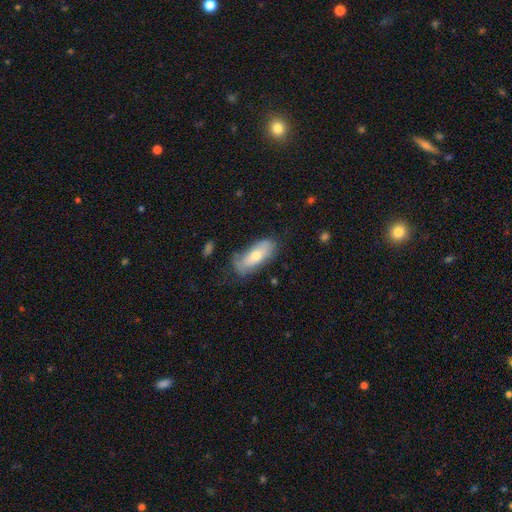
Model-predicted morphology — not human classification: This is likely a smooth galaxy (63%). How rounded: clearly in between (81%). Merging: likely none (61%).